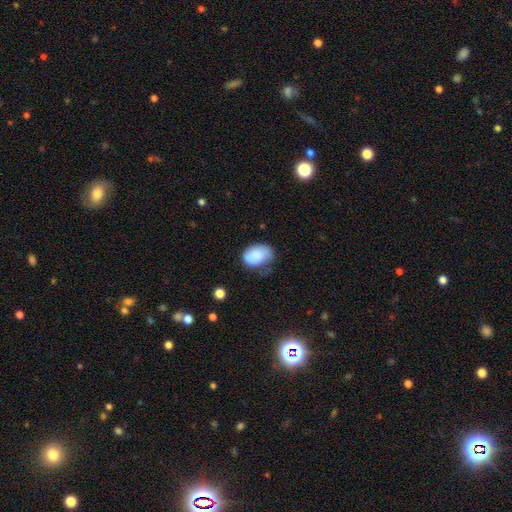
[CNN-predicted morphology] Smooth or featured? Predicted: smooth (p=0.80). How rounded? Predicted: in between (p=0.80). Merging? Predicted: none (p=0.44).